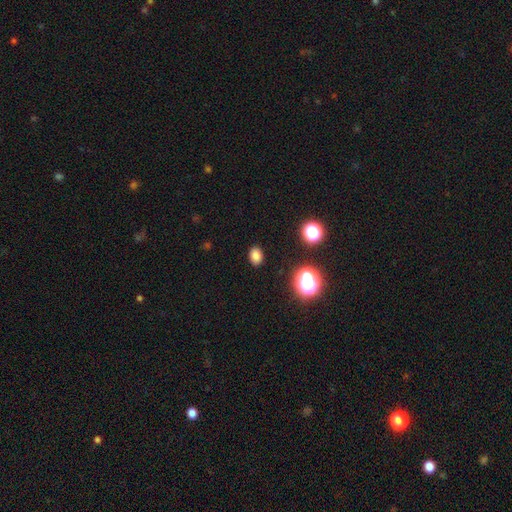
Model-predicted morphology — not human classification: This is clearly a smooth galaxy (80%). How rounded: likely in between (69%). Merging: clearly none (88%).